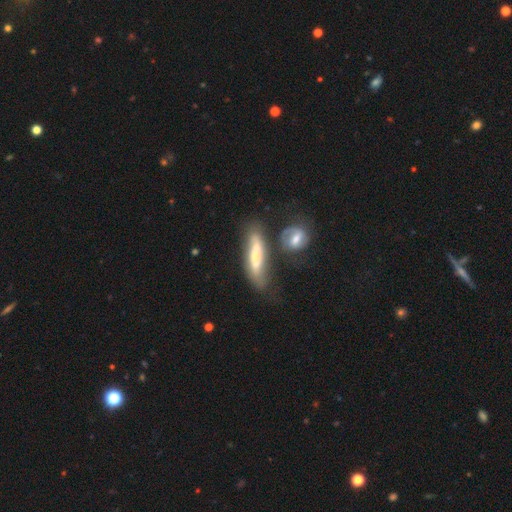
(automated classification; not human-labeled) A featured or disk galaxy (53%). Merging: none (53%).